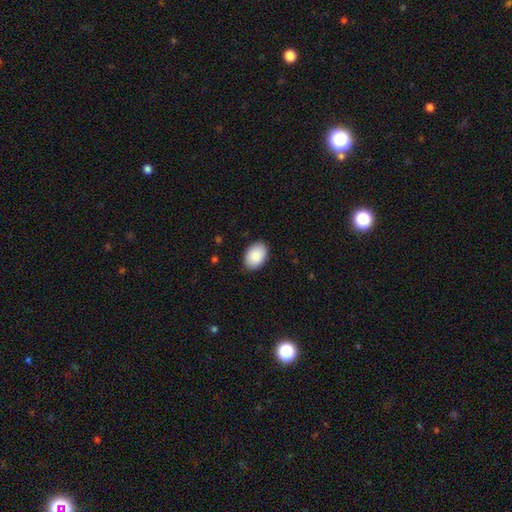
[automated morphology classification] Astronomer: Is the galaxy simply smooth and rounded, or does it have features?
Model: smooth — 90%.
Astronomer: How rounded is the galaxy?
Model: in between — 86%.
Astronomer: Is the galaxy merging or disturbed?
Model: none — 89%.